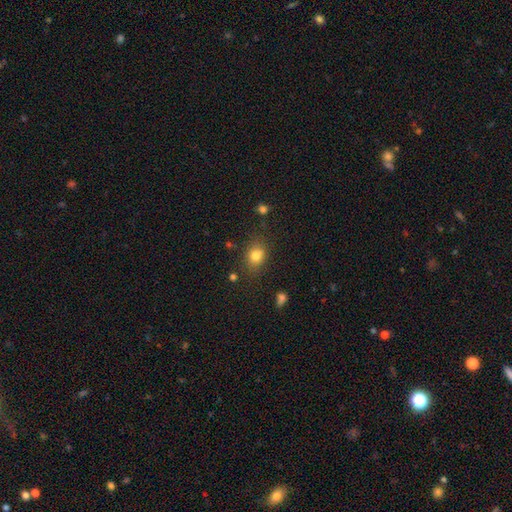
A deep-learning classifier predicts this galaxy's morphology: type=smooth (78%); roundness=round (50%); merging=none (73%).